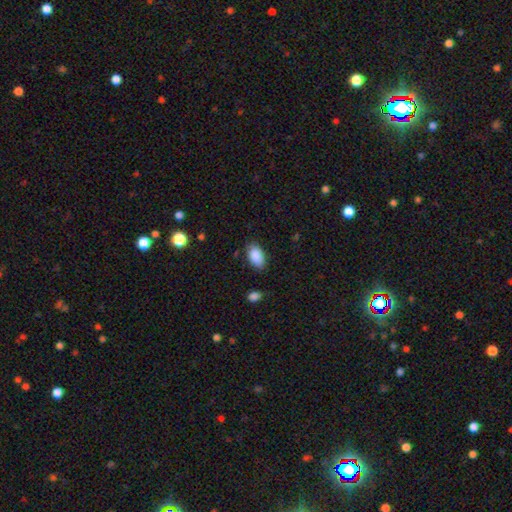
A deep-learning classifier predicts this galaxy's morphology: This is clearly a smooth galaxy (89%). How rounded: clearly in between (93%). Merging: likely none (80%).